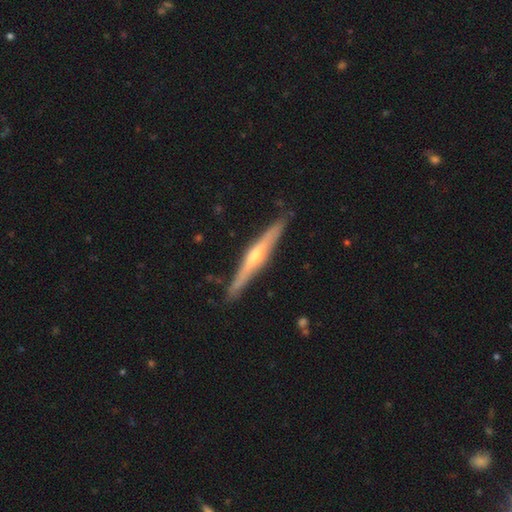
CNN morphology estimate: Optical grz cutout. It shows a featured or disk galaxy (77%) viewed edge-on (97%) with a rounded central bulge (84%). Merging: none (87%).